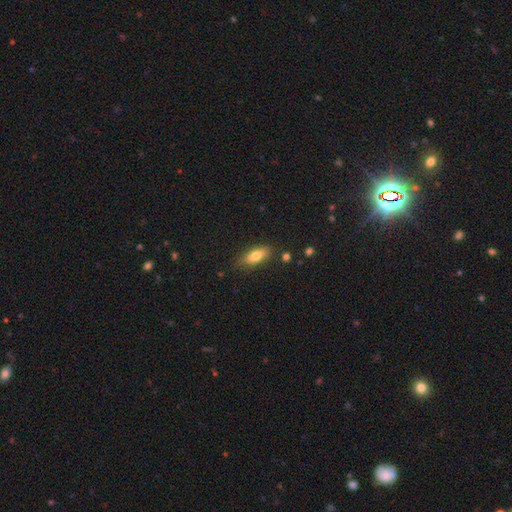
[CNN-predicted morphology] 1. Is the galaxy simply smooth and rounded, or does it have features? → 77% smooth, 16% featured or disk, 7% star or artifact.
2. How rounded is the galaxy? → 74% in between, 23% cigar-shaped, 3% round.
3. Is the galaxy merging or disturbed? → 81% none, 14% minor disturbance, 3% major disturbance, 2% merger.